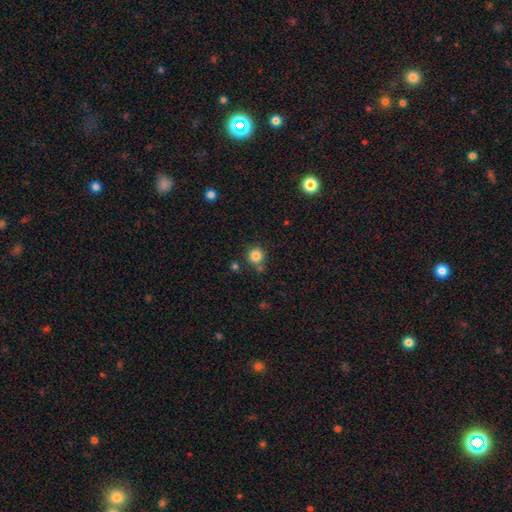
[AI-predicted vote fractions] The model was most divided on "merging": none: 75%, merger: 11%, minor disturbance: 10%, major disturbance: 3%. More confident: how rounded — round (94%); smooth or featured — smooth (84%).